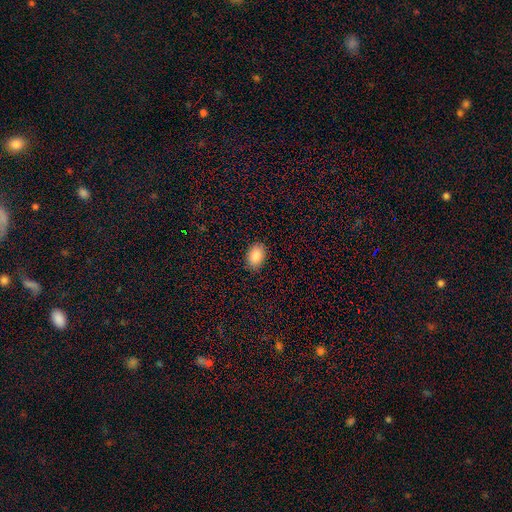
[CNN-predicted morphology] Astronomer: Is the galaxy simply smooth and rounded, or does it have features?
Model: smooth — 86%.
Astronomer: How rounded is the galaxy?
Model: in between — 83%.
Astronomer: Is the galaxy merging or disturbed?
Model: none — 89%.